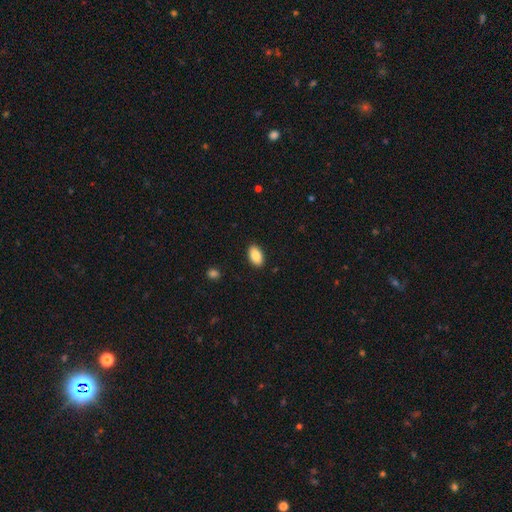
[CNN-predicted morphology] Smooth or featured? smooth (88%)
How rounded? in between (94%)
Merging? none (90%)